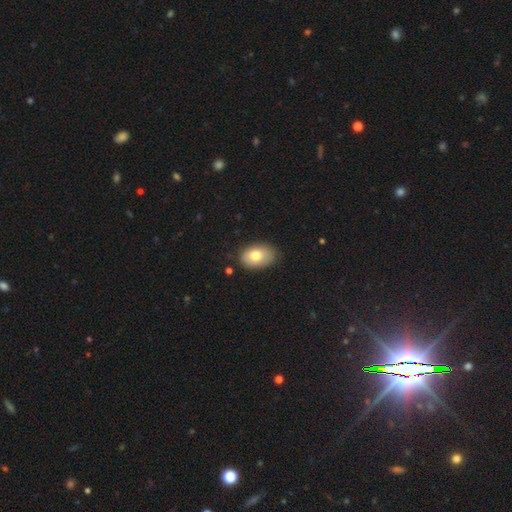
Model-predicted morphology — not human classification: A smooth galaxy with no disk features (77%) that is in between round and cigar-shaped (87%). Merging: none (78%).